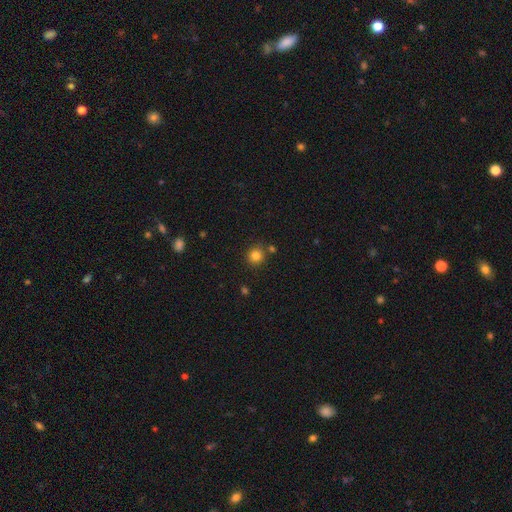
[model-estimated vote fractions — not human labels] A smooth galaxy with no disk features (82%) that is round (92%).

Vote fractions:
- Smooth or featured? smooth: 82% / star or artifact: 13% / featured or disk: 5%
- How rounded? round: 92% / in between: 7% / cigar-shaped: 1%
- Merging? none: 83% / minor disturbance: 8% / merger: 7% / major disturbance: 2%